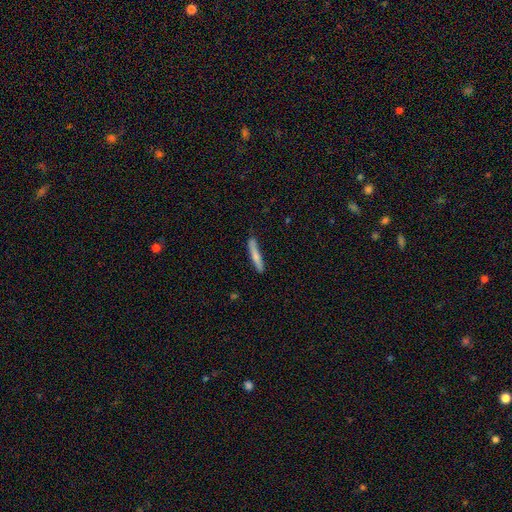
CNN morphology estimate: smooth_or_featured: smooth (p=0.69) [alt: featured or disk p=0.25]
how_rounded: cigar-shaped (p=0.93) [alt: in between p=0.05]
merging: none (p=0.82) [alt: minor disturbance p=0.14]